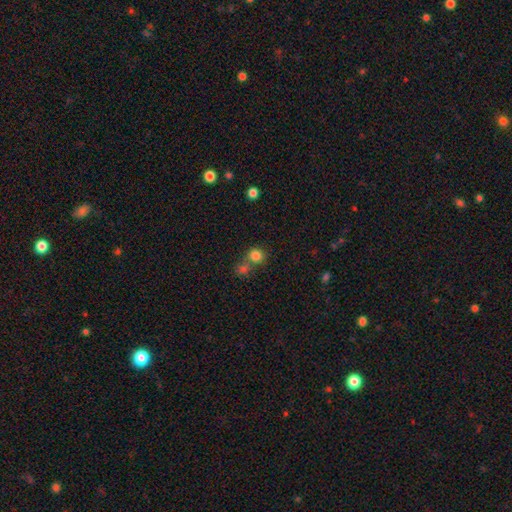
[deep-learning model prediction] A smooth galaxy with no disk features (81%) that is round (86%).

Vote fractions:
- Smooth or featured? smooth: 81% / star or artifact: 13% / featured or disk: 6%
- How rounded? round: 86% / in between: 13% / cigar-shaped: 1%
- Merging? none: 50% / merger: 40% / minor disturbance: 7% / major disturbance: 4%